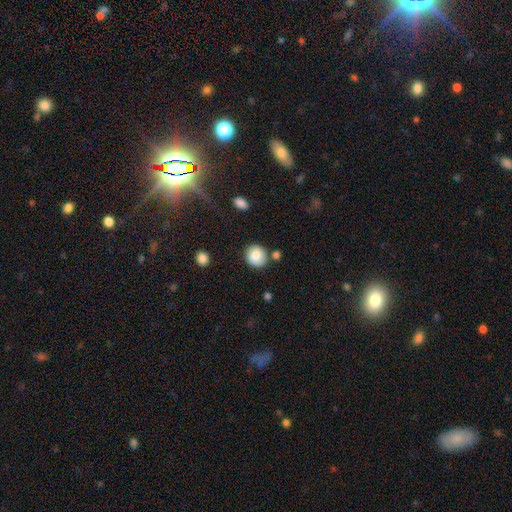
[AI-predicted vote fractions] smooth_or_featured: smooth (p=0.85) [alt: star or artifact p=0.08]
how_rounded: round (p=0.85) [alt: in between p=0.14]
merging: none (p=0.79) [alt: minor disturbance p=0.11]